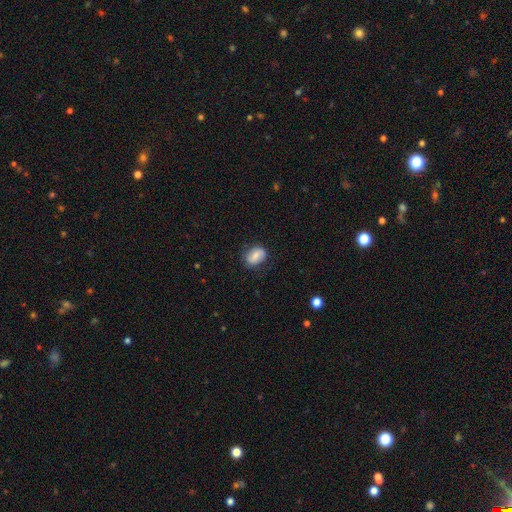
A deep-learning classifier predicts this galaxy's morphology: The model was most divided on "smooth or featured": smooth: 69%, featured or disk: 24%, star or artifact: 8%. More confident: how rounded — in between (78%); merging — none (77%).